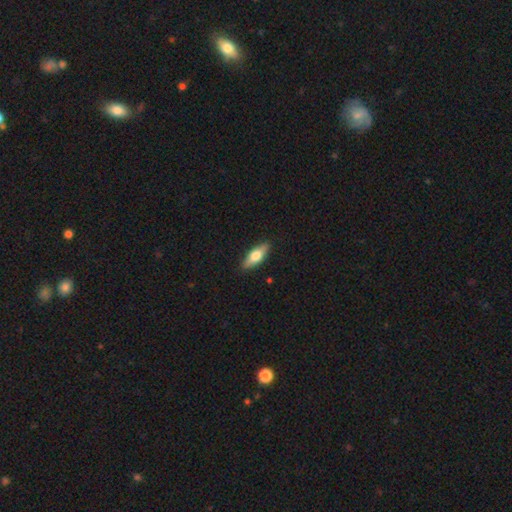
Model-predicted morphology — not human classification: Smooth or featured? Predicted: smooth (p=0.55). How rounded? Predicted: in between (p=0.60). Merging? Predicted: none (p=0.89).